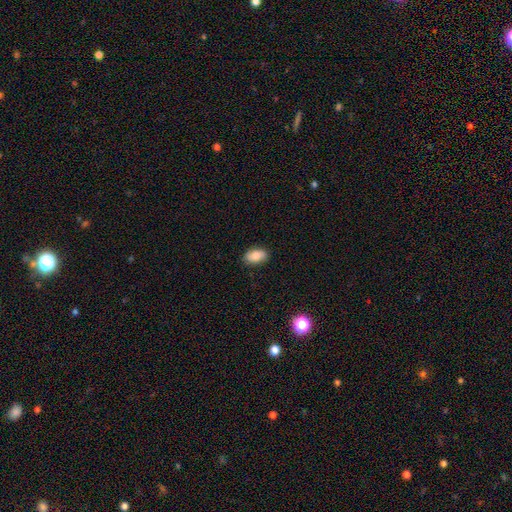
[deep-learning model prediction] Smooth or featured?
  - smooth: 79% *
  - featured or disk: 13%
  - star or artifact: 8%
How rounded?
  - in between: 91% *
  - round: 7%
  - cigar-shaped: 2%
Merging?
  - none: 84% *
  - minor disturbance: 13%
  - major disturbance: 2%
  - merger: 1%